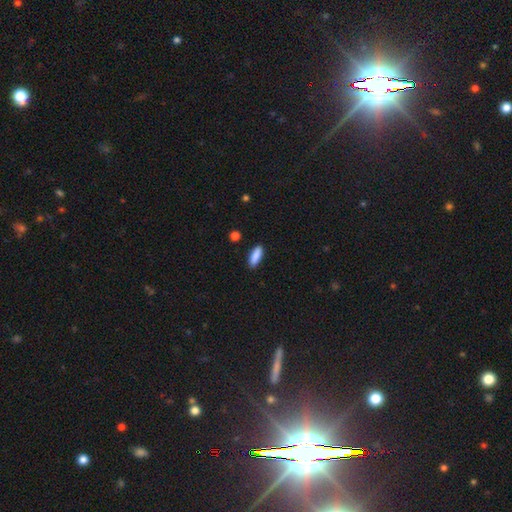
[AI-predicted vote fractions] The model was most divided on "how rounded": in between: 67%, cigar-shaped: 31%, round: 2%. More confident: merging — none (89%); smooth or featured — smooth (89%).